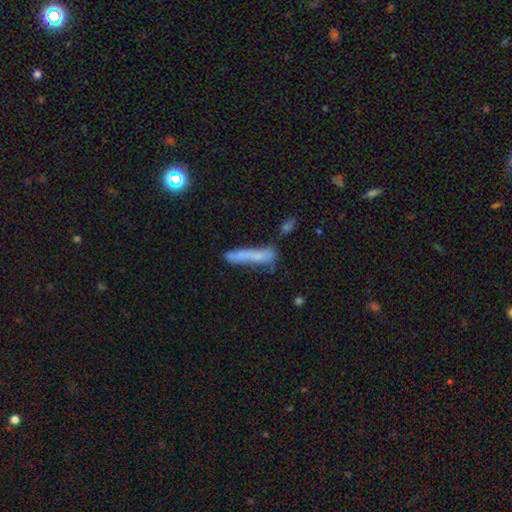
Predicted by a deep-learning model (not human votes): Smooth or featured? smooth (68%)
How rounded? cigar-shaped (90%)
Merging? none (55%)